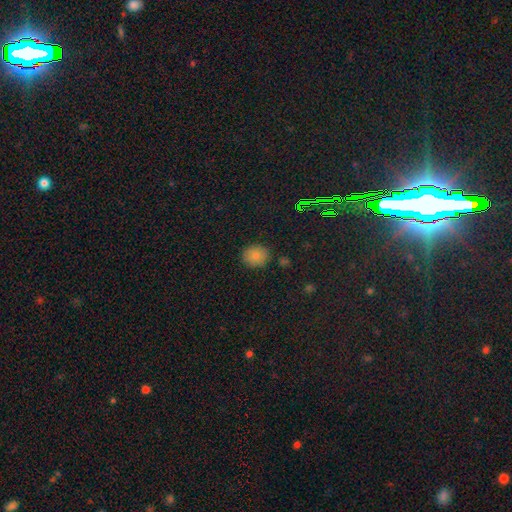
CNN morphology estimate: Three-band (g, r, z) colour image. It shows a smooth galaxy with no disk features (82%) that is round (73%). Merging: none (85%).